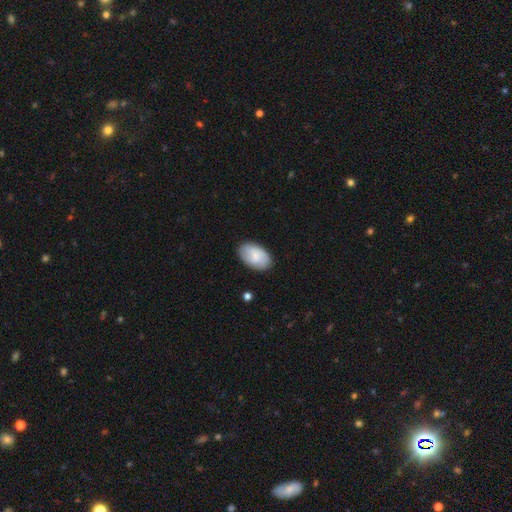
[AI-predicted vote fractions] Morphology: type=smooth (76%); roundness=in between (93%); merging=none (84%).